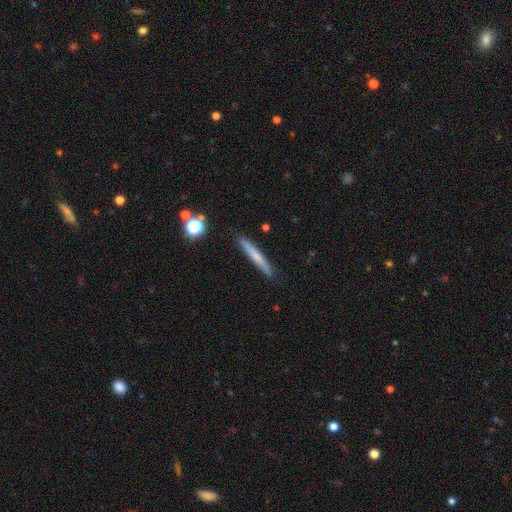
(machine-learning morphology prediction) Overall: smooth (60%; featured or disk 32%). How rounded: cigar-shaped (95%). Merging: none (89%).